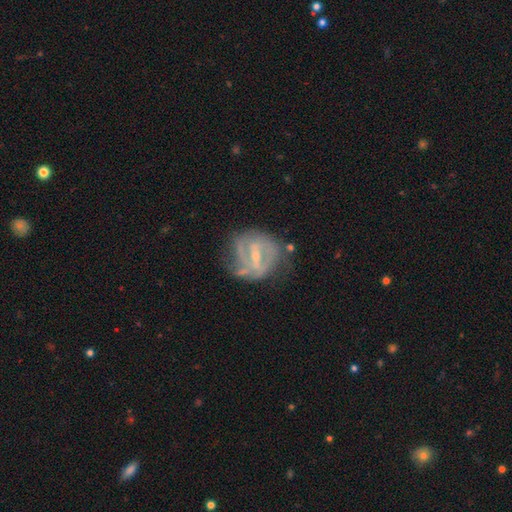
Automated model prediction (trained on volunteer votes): Smooth or featured?
  - featured or disk: 79% *
  - smooth: 14%
  - star or artifact: 7%
Edge-on disk?
  - no: 96% *
  - yes: 4%
Bar?
  - weak: 45% *
  - strong: 39%
  - no: 16%
Spiral arms?
  - yes: 76% *
  - no: 24%
Spiral winding?
  - tight: 45% *
  - medium: 39%
  - loose: 17%
Spiral arm count?
  - 2: 41% *
  - can't tell: 33%
  - 3: 12%
  - 1: 6%
  - 4: 4%
  - more than 4: 3%
Bulge size?
  - small: 57% *
  - moderate: 31%
  - none: 9%
  - large: 2%
  - dominant: 1%
Merging?
  - none: 54% *
  - minor disturbance: 24%
  - major disturbance: 18%
  - merger: 4%